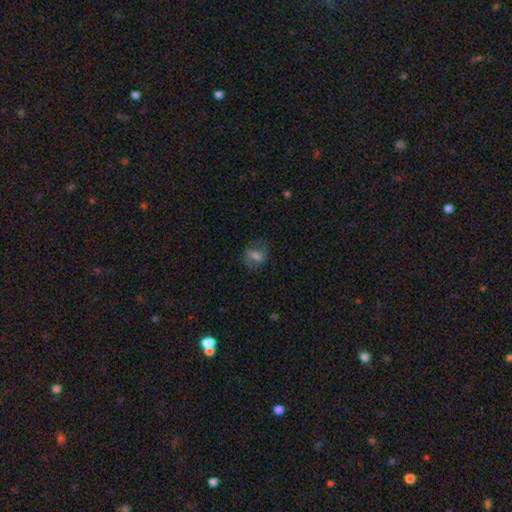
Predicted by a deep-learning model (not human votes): A smooth galaxy with no disk features (50%) that is in between round and cigar-shaped (62%).

Vote fractions:
- Smooth or featured? smooth: 50% / featured or disk: 36% / star or artifact: 13%
- How rounded? in between: 62% / round: 31% / cigar-shaped: 7%
- Merging? none: 70% / minor disturbance: 17% / major disturbance: 11% / merger: 2%